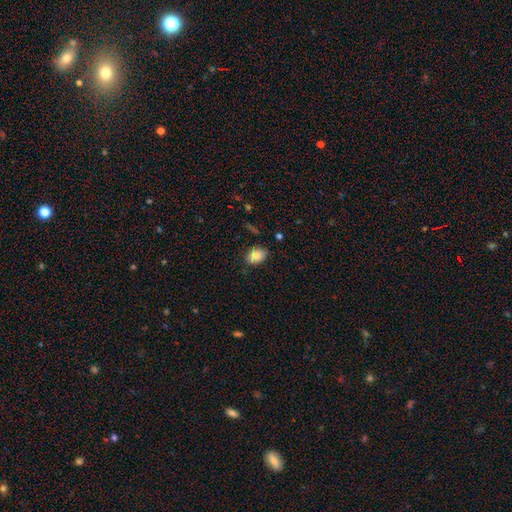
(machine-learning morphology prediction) Q: Smooth or featured?
A: smooth (84%); runner-up: star or artifact (8%)
Q: How rounded?
A: in between (77%); runner-up: round (22%)
Q: Merging?
A: none (79%); runner-up: minor disturbance (16%)